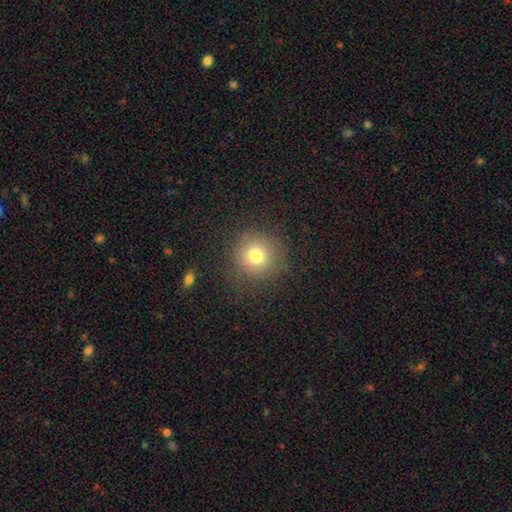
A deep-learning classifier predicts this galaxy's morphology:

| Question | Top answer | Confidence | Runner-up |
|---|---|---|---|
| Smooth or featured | smooth | 75% | star or artifact (15%) |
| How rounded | round | 93% | in between (6%) |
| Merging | none | 82% | minor disturbance (11%) |